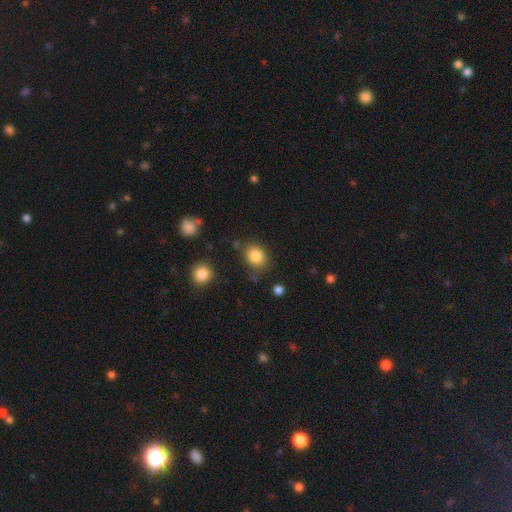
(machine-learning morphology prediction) Smooth or featured? smooth (85%)
How rounded? round (52%)
Merging? none (76%)